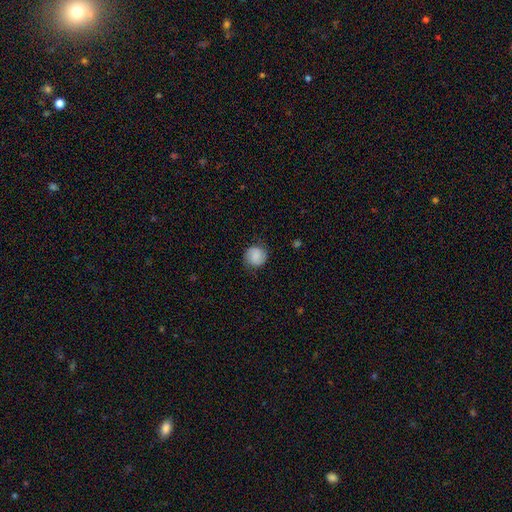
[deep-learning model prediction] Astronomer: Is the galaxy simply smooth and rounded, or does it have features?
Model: smooth — 71%.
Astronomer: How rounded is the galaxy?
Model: round — 89%.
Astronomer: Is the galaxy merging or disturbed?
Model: none — 84%.